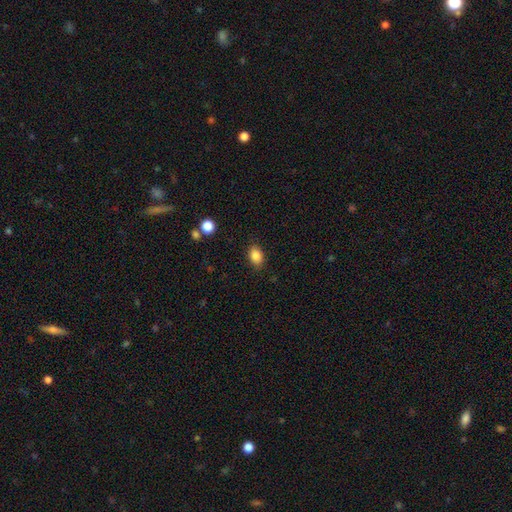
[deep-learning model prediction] A smooth galaxy with no disk features (86%) that is in between round and cigar-shaped (74%). Merging: none (85%).